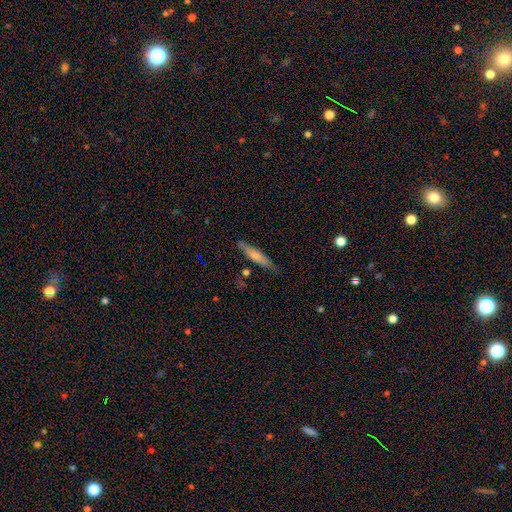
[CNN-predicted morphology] This is likely a smooth galaxy (66%). How rounded: clearly cigar-shaped (86%). Merging: clearly none (80%).